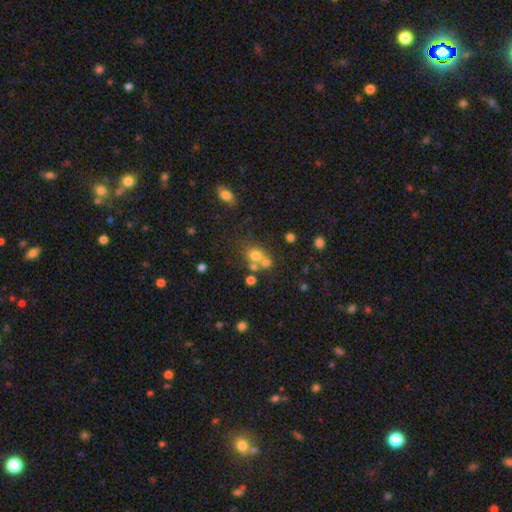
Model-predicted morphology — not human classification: type=smooth (65%); roundness=round (71%); merging=merger (42%, tied with none).